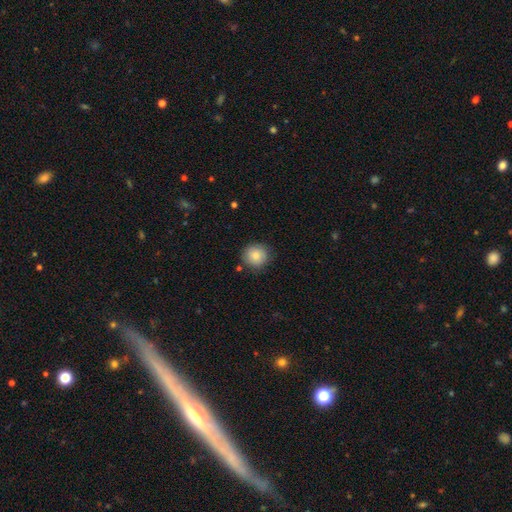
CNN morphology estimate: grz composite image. It shows a smooth galaxy with no disk features (84%) that is round (93%). Merging: none (85%).